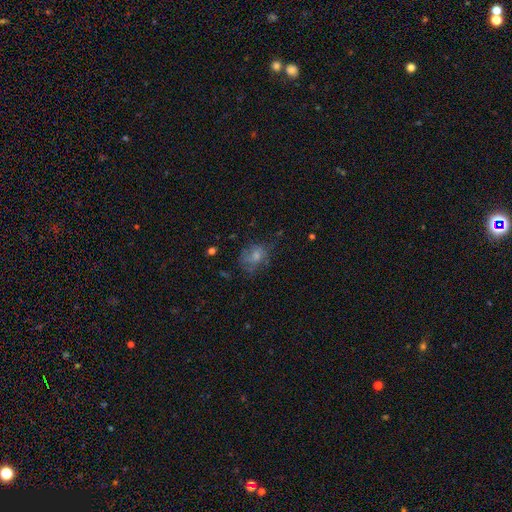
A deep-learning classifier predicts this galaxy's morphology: Q: Smooth or featured?
A: smooth (60%); runner-up: featured or disk (27%)
Q: How rounded?
A: in between (55%); runner-up: round (44%)
Q: Merging?
A: none (48%); runner-up: minor disturbance (27%)